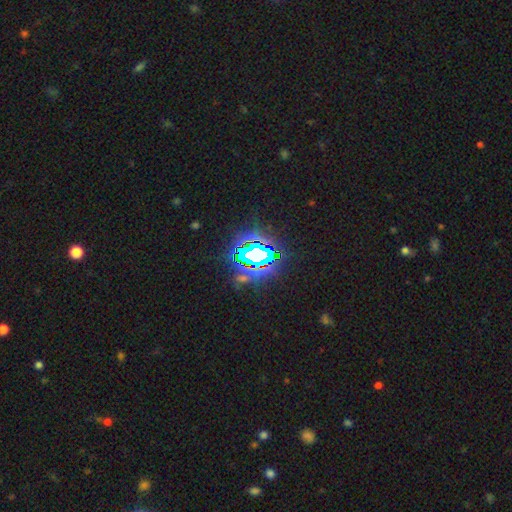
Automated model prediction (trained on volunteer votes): This is likely a star or artifact rather than a galaxy (74%).